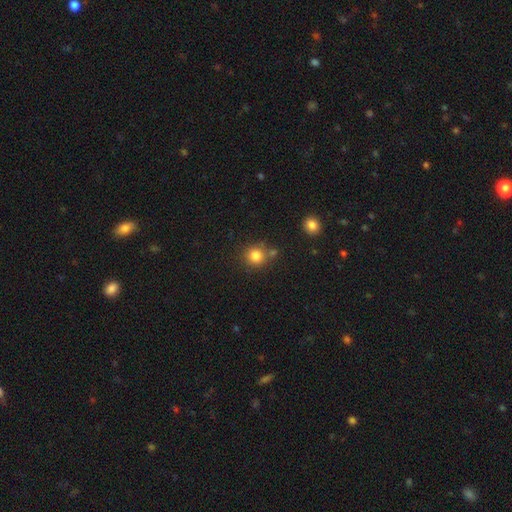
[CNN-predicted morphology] The model was most divided on "merging": none: 73%, merger: 13%, minor disturbance: 11%, major disturbance: 3%. More confident: how rounded — round (89%); smooth or featured — smooth (83%).